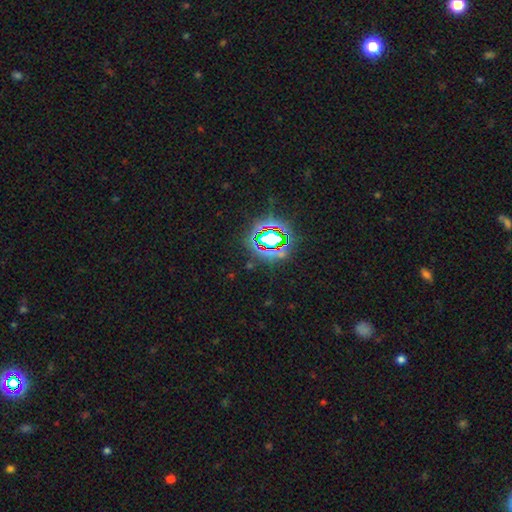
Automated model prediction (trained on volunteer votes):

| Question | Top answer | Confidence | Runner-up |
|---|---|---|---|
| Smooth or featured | star or artifact | 78% | smooth (13%) |